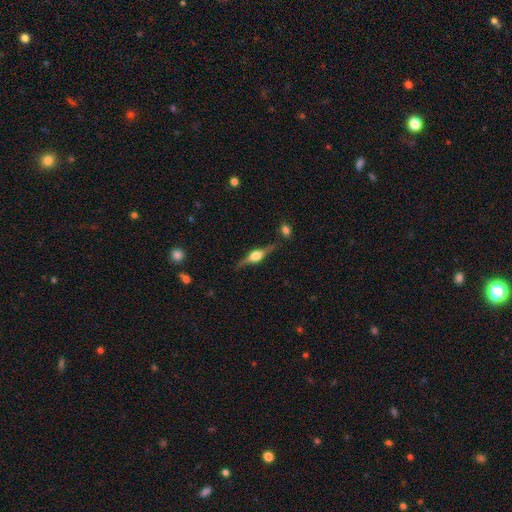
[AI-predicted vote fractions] Smooth or featured: featured or disk — 78% (smooth — 16%)
Edge-on disk: yes — 96% (no — 4%)
Edge-on bulge: rounded — 91% (boxy — 7%)
Merging: none — 80% (minor disturbance — 13%)